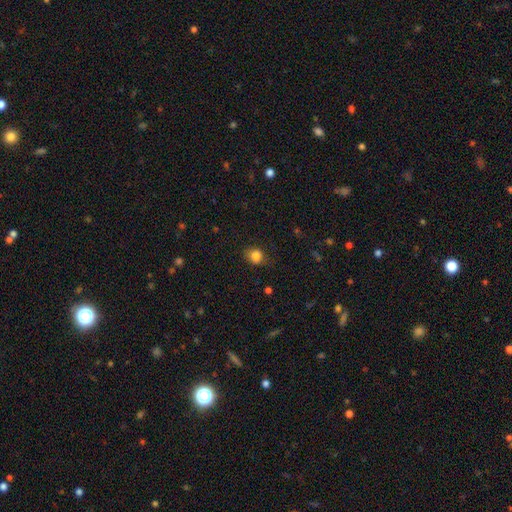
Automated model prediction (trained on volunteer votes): smooth-or-featured: smooth: 83% | star or artifact: 11% | featured or disk: 6%
  how-rounded: round: 63% | in between: 36% | cigar-shaped: 1%
  merging: none: 71% | minor disturbance: 22% | major disturbance: 6% | merger: 1%